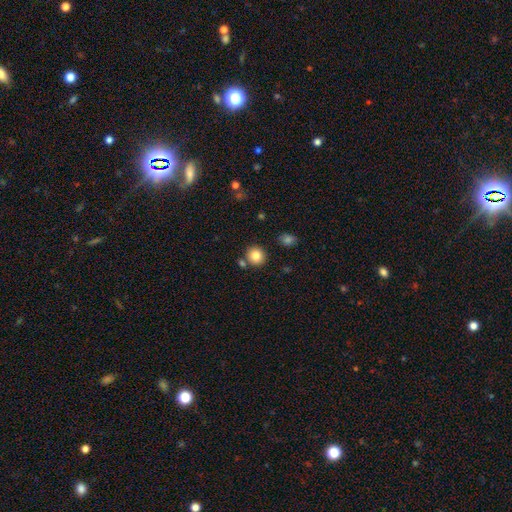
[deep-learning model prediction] smooth_or_featured: smooth (p=0.83) [alt: star or artifact p=0.10]
how_rounded: round (p=0.89) [alt: in between p=0.10]
merging: none (p=0.81) [alt: merger p=0.09]